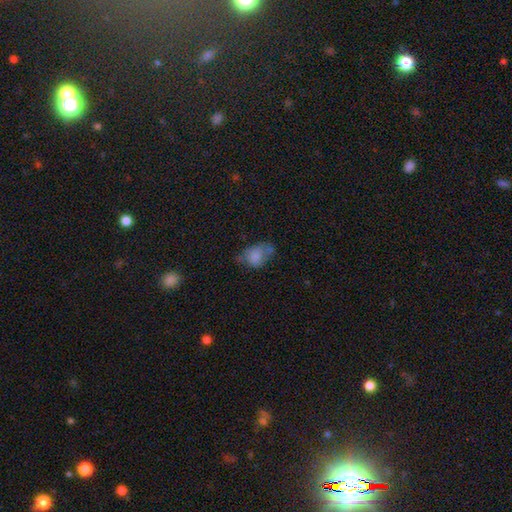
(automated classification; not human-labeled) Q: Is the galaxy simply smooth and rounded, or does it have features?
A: smooth — 73%.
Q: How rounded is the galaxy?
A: in between — 77%.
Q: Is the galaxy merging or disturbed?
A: none — 34%, tied with minor disturbance.